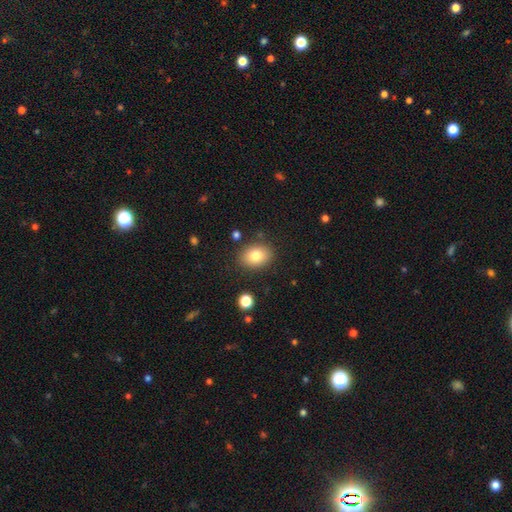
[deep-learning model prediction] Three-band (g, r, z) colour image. It shows a smooth galaxy with no disk features (80%) that is in between round and cigar-shaped (67%). Merging: none (85%).